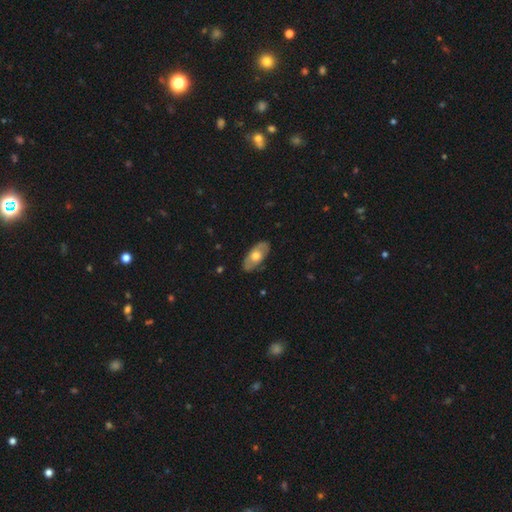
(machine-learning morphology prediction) Q: Smooth or featured?
A: smooth (53%); runner-up: featured or disk (42%)
Q: How rounded?
A: in between (89%); runner-up: cigar-shaped (7%)
Q: Merging?
A: none (83%); runner-up: minor disturbance (13%)